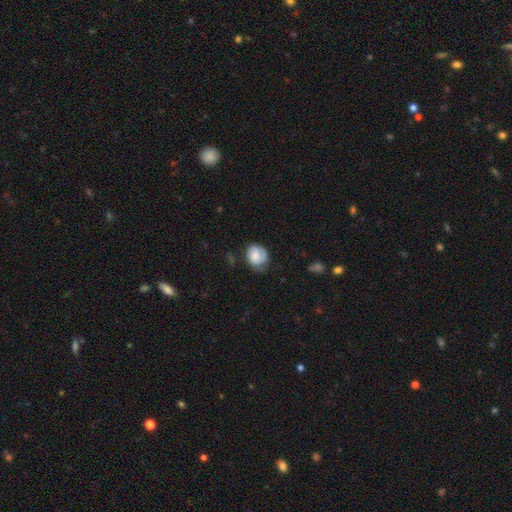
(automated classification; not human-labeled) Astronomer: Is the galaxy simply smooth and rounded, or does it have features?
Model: smooth — 57% (runner-up: featured or disk, 36%).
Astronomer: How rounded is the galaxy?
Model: round — 65%.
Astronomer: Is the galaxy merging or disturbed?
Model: none — 56%.